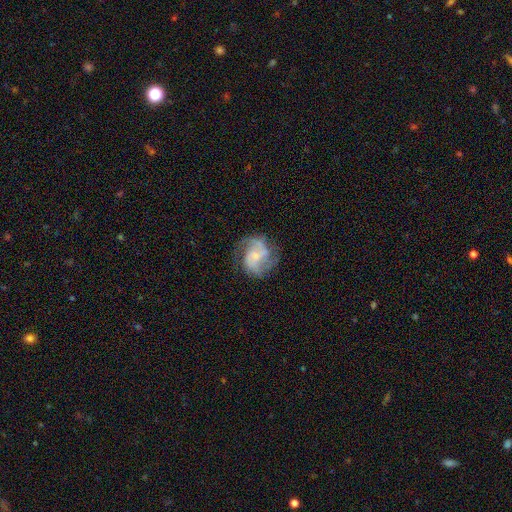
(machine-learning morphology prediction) Smooth or featured? featured or disk (77%)
Edge-on disk? no (98%)
Bar? no (54%)
Spiral arms? yes (92%)
Spiral winding? medium (49%)
Spiral arm count? 2 (58%)
Bulge size? small (52%)
Merging? none (63%)